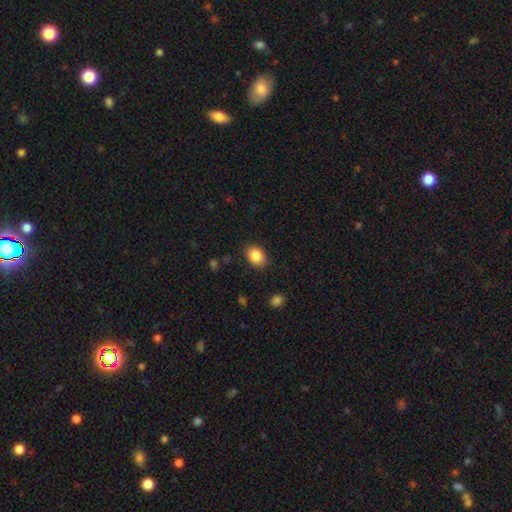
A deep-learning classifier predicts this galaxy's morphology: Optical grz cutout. It shows a smooth galaxy with no disk features (87%) that is in between round and cigar-shaped (63%). Merging: none (85%).